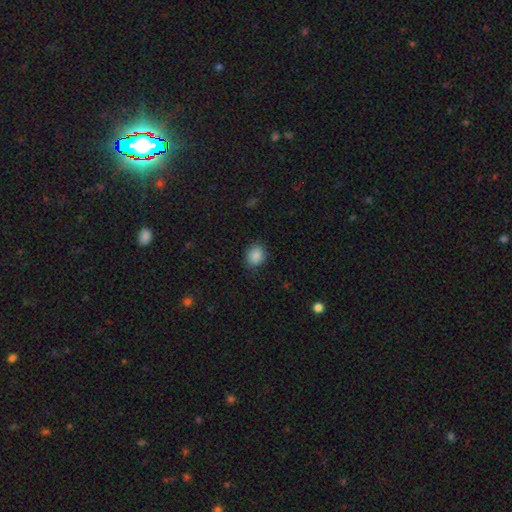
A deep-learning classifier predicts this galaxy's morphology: A smooth galaxy with no disk features (87%) that is round (62%).

Vote fractions:
- Smooth or featured? smooth: 87% / star or artifact: 9% / featured or disk: 5%
- How rounded? round: 62% / in between: 38% / cigar-shaped: 1%
- Merging? none: 82% / minor disturbance: 14% / major disturbance: 3% / merger: 1%